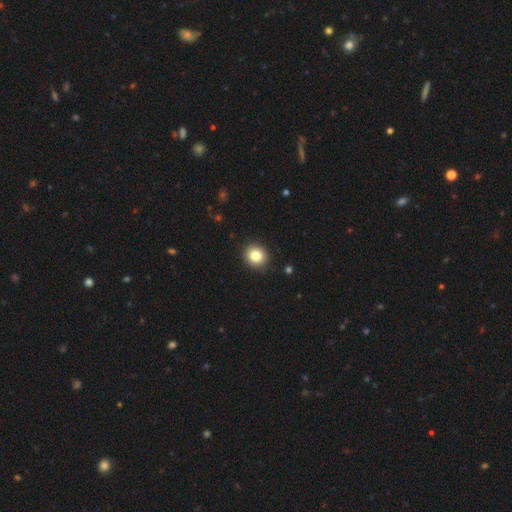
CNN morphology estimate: smooth_or_featured: smooth (p=0.83) [alt: star or artifact p=0.10]
how_rounded: round (p=0.82) [alt: in between p=0.17]
merging: none (p=0.91) [alt: minor disturbance p=0.07]